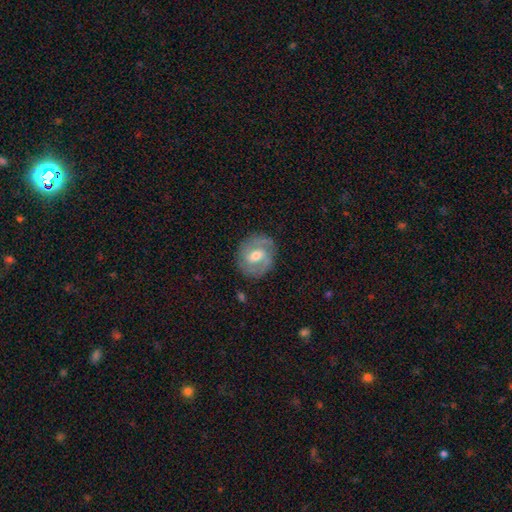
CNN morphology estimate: smooth_or_featured: featured or disk (p=0.73) [alt: smooth p=0.21]
disk_edge_on: no (p=0.97) [alt: yes p=0.03]
bar: weak (p=0.52) [alt: no p=0.30]
has_spiral_arms: yes (p=0.85) [alt: no p=0.15]
spiral_winding: tight (p=0.49) [alt: medium p=0.40]
spiral_arm_count: 2 (p=0.73) [alt: can't tell p=0.13]
bulge_size: moderate (p=0.72) [alt: small p=0.18]
merging: none (p=0.81) [alt: minor disturbance p=0.13]